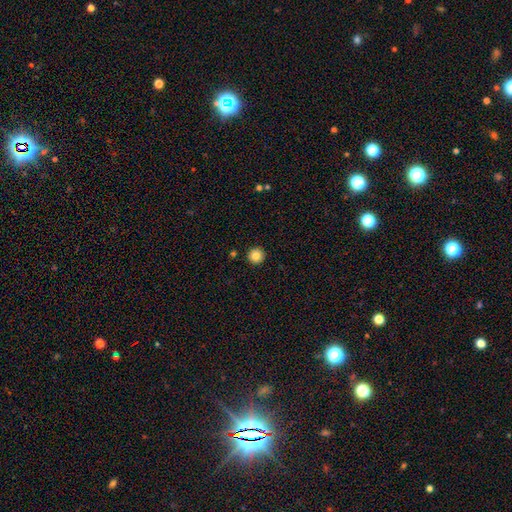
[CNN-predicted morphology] This appears to be a smooth galaxy with no disk features (84%) that is round (96%). Merging: none (93%).